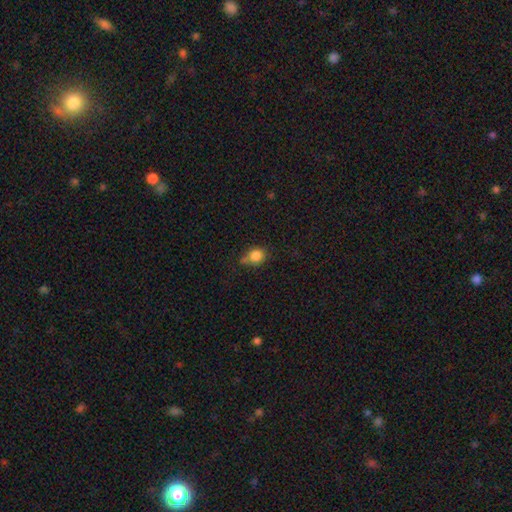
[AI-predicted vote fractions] smooth 84%, star or artifact 10%, featured or disk 6%. Down the decision tree: how rounded — round (68%); merging — none (57%).